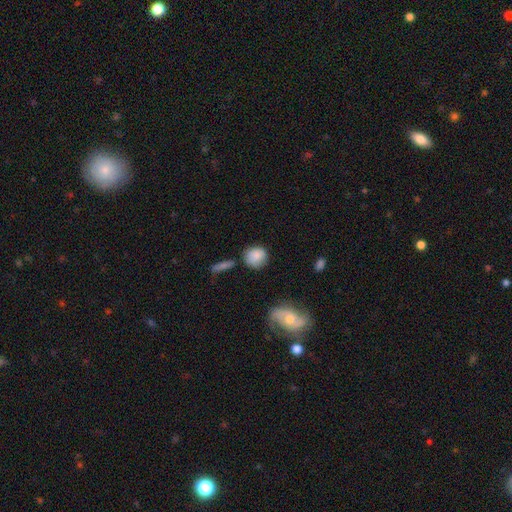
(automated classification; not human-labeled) Q: Smooth or featured?
A: smooth (83%); runner-up: featured or disk (9%)
Q: How rounded?
A: round (76%); runner-up: in between (22%)
Q: Merging?
A: none (70%); runner-up: minor disturbance (18%)